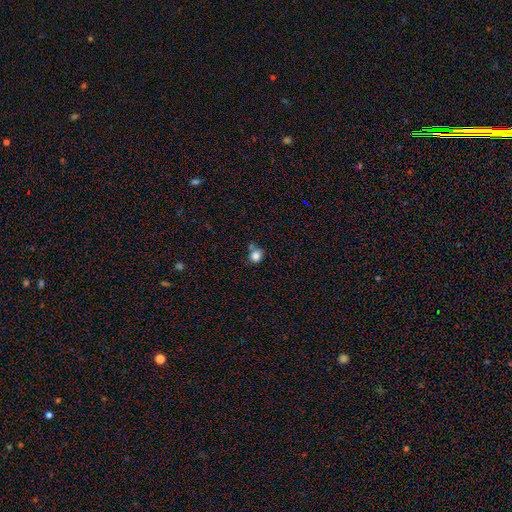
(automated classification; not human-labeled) Q: Smooth or featured?
A: smooth (83%); runner-up: star or artifact (12%)
Q: How rounded?
A: round (76%); runner-up: in between (23%)
Q: Merging?
A: none (66%); runner-up: minor disturbance (15%)